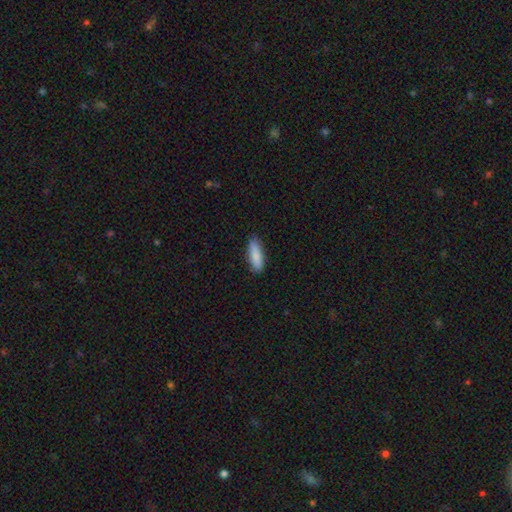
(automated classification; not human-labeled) Smooth or featured?
  - smooth: 87% *
  - featured or disk: 7%
  - star or artifact: 6%
How rounded?
  - in between: 52% *
  - cigar-shaped: 46%
  - round: 2%
Merging?
  - none: 85% *
  - minor disturbance: 11%
  - major disturbance: 2%
  - merger: 1%